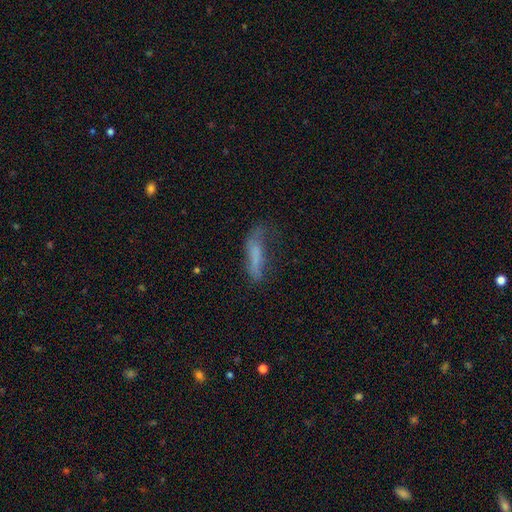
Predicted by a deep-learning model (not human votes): Overall: smooth (58%; featured or disk 30%). How rounded: cigar-shaped (65%; in between 33%). Merging: none (38%; major disturbance 29%).